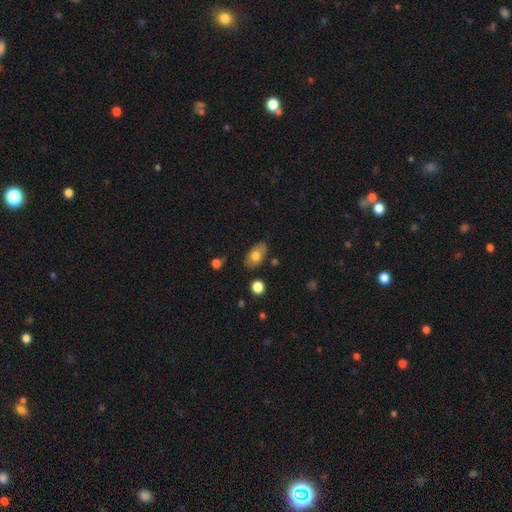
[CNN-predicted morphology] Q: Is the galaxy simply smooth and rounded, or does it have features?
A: smooth — 70%.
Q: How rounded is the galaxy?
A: in between — 91%.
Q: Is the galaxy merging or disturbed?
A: none — 80%.